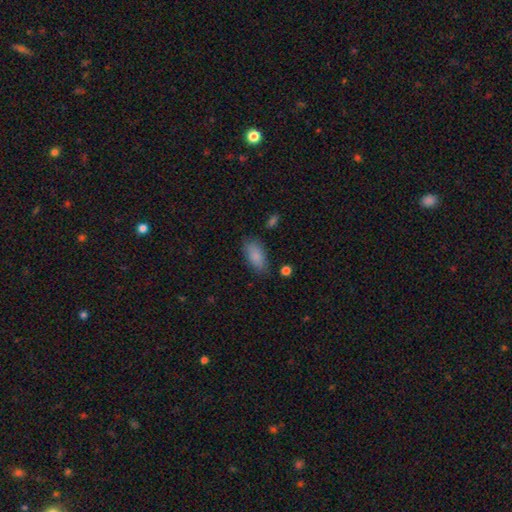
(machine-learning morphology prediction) smooth 86%, star or artifact 7%, featured or disk 7%. Down the decision tree: how rounded — in between (89%); merging — none (78%).